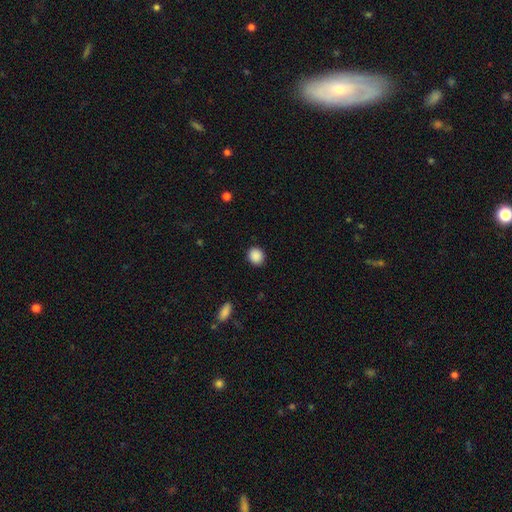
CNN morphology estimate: type=smooth (89%); roundness=round (81%); merging=none (90%).